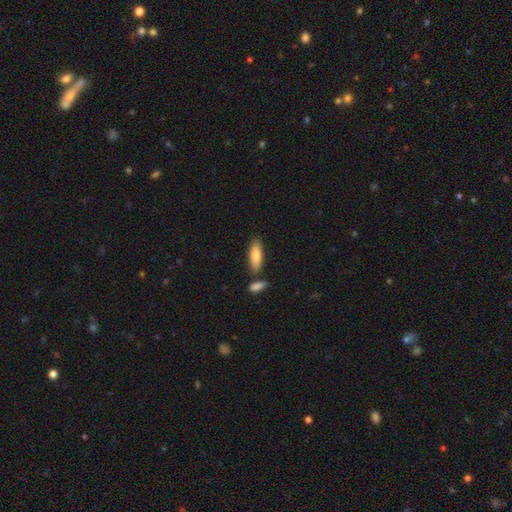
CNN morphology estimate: type=smooth (82%); roundness=in between (55%); merging=none (73%).